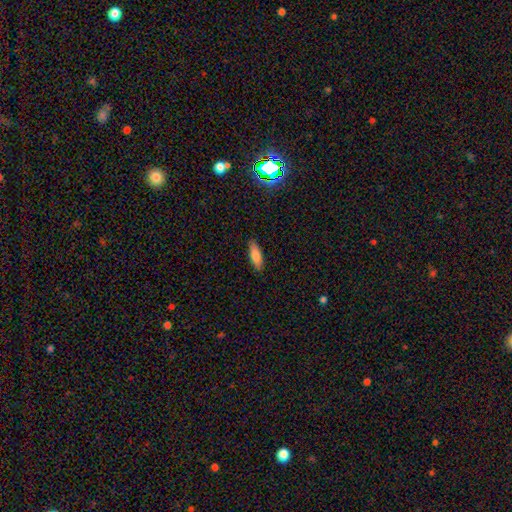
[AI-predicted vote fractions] Smooth or featured?
  - smooth: 80% *
  - featured or disk: 13%
  - star or artifact: 7%
How rounded?
  - in between: 60% *
  - cigar-shaped: 39%
  - round: 2%
Merging?
  - none: 88% *
  - minor disturbance: 9%
  - major disturbance: 2%
  - merger: 1%